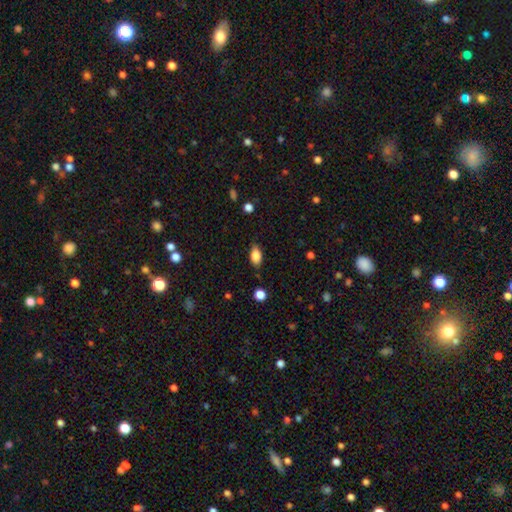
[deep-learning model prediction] A smooth galaxy with no disk features (84%) that is in between round and cigar-shaped (89%). Merging: none (80%).